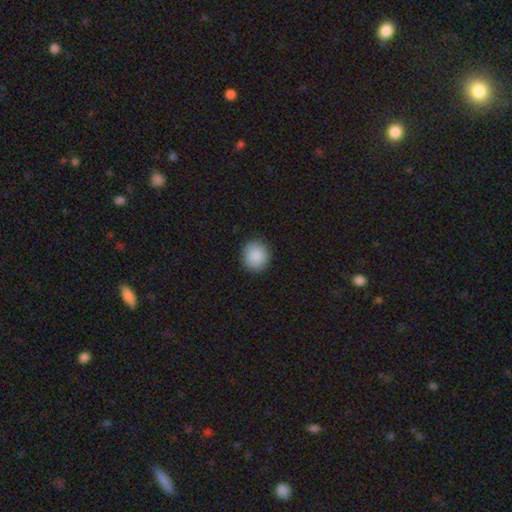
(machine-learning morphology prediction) Overall: smooth (89%). How rounded: round (87%). Merging: none (91%).